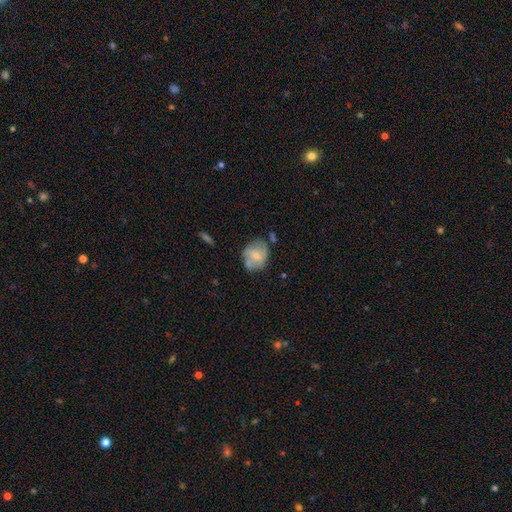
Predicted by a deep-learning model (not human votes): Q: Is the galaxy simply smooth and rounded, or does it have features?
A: featured or disk — 47%.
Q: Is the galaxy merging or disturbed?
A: none — 56%.